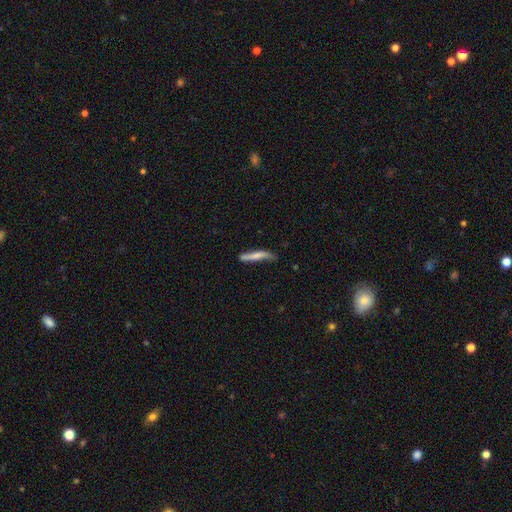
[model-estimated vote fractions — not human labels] smooth-or-featured: smooth: 60% | featured or disk: 35% | star or artifact: 6%
  how-rounded: cigar-shaped: 91% | in between: 7% | round: 2%
  merging: none: 57% | minor disturbance: 29% | major disturbance: 9% | merger: 5%